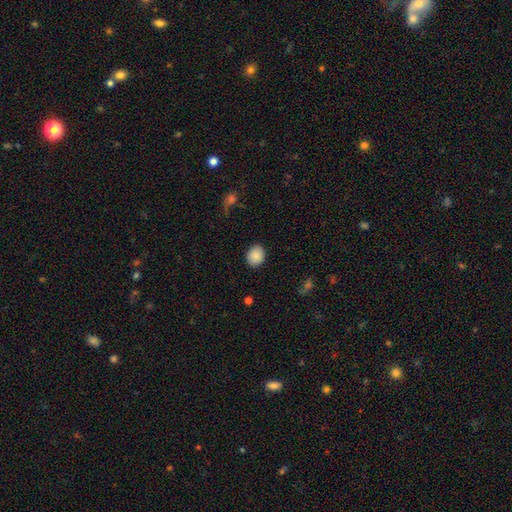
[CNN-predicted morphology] Smooth or featured? Predicted: smooth (p=0.87). How rounded? Predicted: round (p=0.61). Merging? Predicted: none (p=0.87).